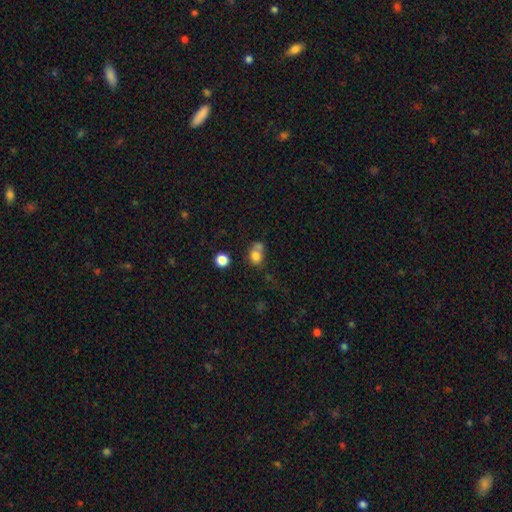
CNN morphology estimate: Q: Smooth or featured?
A: smooth (77%); runner-up: star or artifact (12%)
Q: How rounded?
A: round (66%); runner-up: in between (33%)
Q: Merging?
A: merger (39%); runner-up: none (37%)